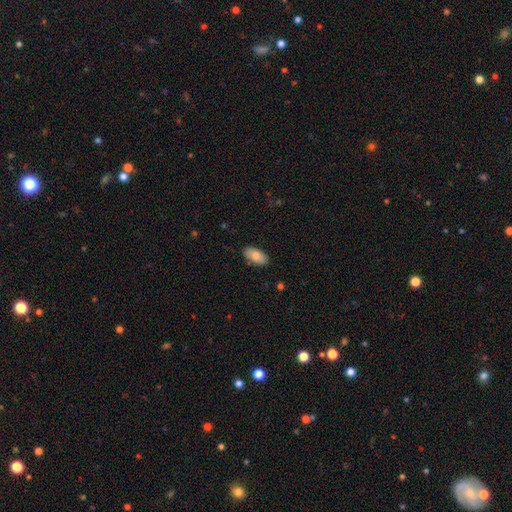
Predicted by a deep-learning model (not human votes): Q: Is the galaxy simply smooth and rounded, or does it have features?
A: smooth — 84%.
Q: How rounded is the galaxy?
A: in between — 93%.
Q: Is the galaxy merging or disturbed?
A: none — 86%.